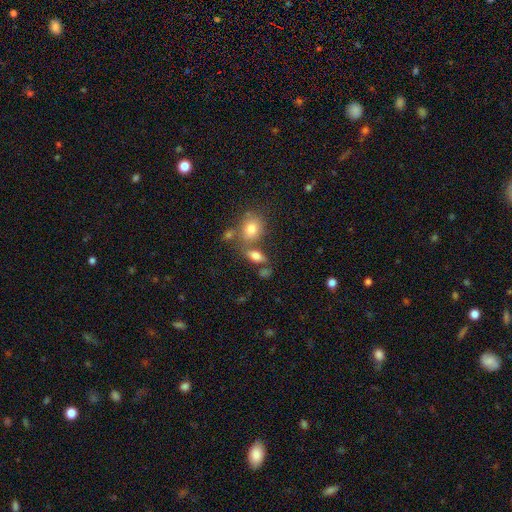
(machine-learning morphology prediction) This appears to be a smooth galaxy with no disk features (77%) that is in between round and cigar-shaped (80%). Merging: none (58%).